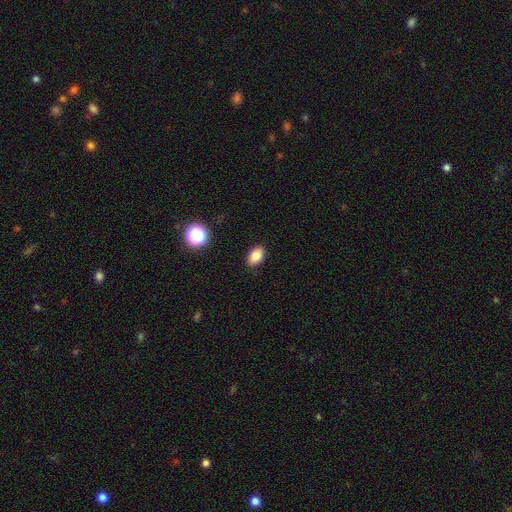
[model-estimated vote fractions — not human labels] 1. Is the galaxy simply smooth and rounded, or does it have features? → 84% smooth, 10% star or artifact, 6% featured or disk.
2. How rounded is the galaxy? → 86% in between, 12% round, 1% cigar-shaped.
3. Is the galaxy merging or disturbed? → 88% none, 9% minor disturbance, 2% major disturbance, 1% merger.